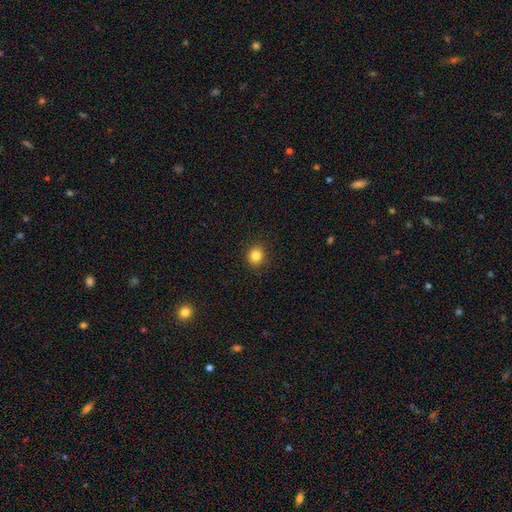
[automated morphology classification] smooth_or_featured: smooth (p=0.84) [alt: star or artifact p=0.11]
how_rounded: round (p=0.85) [alt: in between p=0.14]
merging: none (p=0.90) [alt: minor disturbance p=0.07]